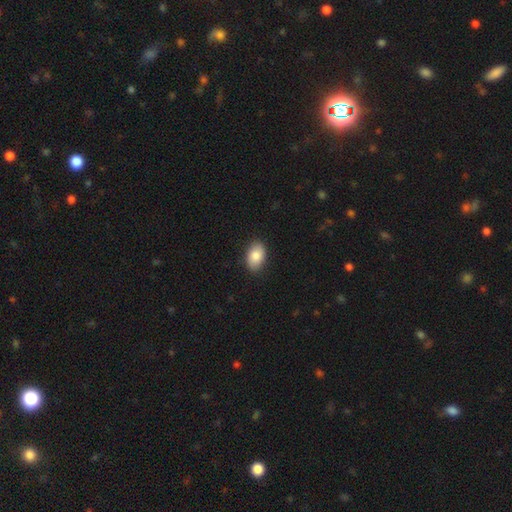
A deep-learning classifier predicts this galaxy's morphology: type=smooth (85%); roundness=in between (90%); merging=none (88%).